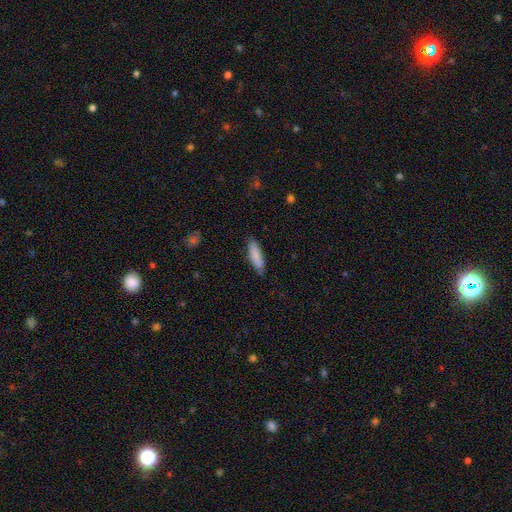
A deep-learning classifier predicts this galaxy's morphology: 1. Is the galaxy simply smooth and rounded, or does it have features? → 86% smooth, 8% featured or disk, 6% star or artifact.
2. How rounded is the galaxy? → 58% cigar-shaped, 41% in between, 1% round.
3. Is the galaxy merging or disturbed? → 83% none, 13% minor disturbance, 2% major disturbance, 1% merger.